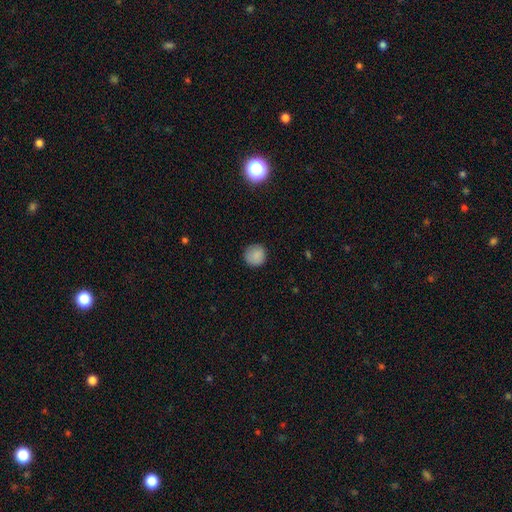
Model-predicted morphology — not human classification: smooth_or_featured: smooth (p=0.87) [alt: star or artifact p=0.09]
how_rounded: round (p=0.94) [alt: in between p=0.05]
merging: none (p=0.88) [alt: minor disturbance p=0.09]